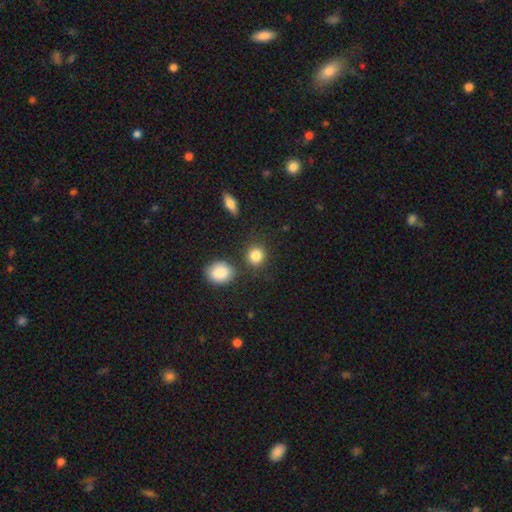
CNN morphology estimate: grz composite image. It shows a smooth galaxy with no disk features (84%) that is round (81%). Merging: none (78%).